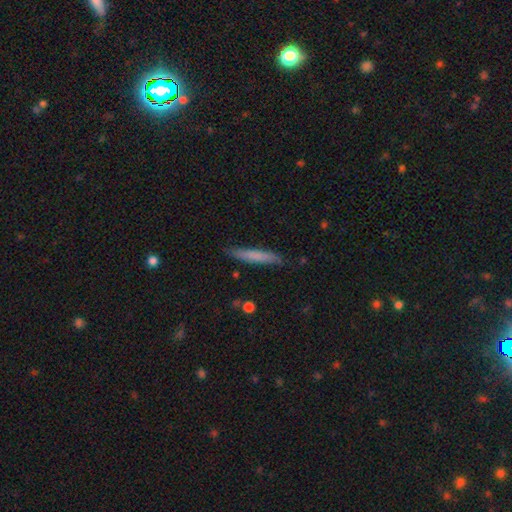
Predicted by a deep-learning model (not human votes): This is likely a smooth galaxy (73%). How rounded: clearly cigar-shaped (94%). Merging: clearly none (86%).